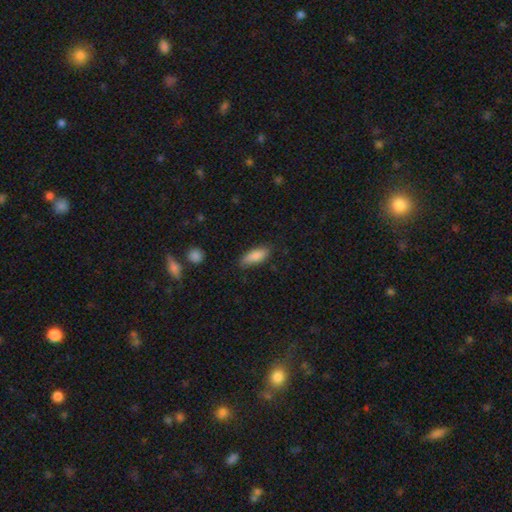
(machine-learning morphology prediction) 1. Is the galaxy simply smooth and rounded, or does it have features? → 84% smooth, 9% featured or disk, 7% star or artifact.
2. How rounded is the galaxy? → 71% in between, 27% cigar-shaped, 2% round.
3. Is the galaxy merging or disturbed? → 73% none, 22% minor disturbance, 4% major disturbance, 2% merger.